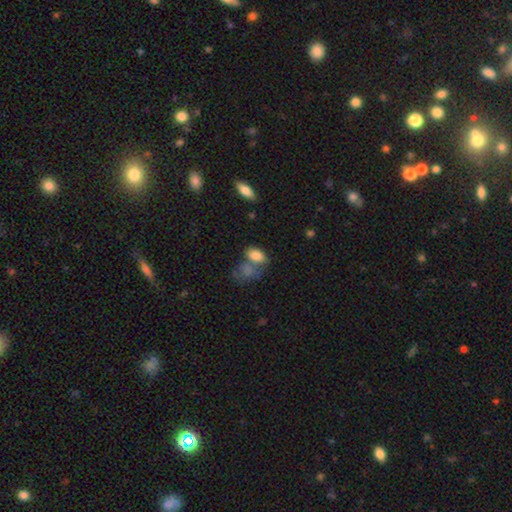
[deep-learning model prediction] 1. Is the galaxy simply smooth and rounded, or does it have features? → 80% smooth, 10% featured or disk, 9% star or artifact.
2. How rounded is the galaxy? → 86% in between, 12% round, 2% cigar-shaped.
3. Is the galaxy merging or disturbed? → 38% merger, 37% none, 16% minor disturbance, 9% major disturbance.